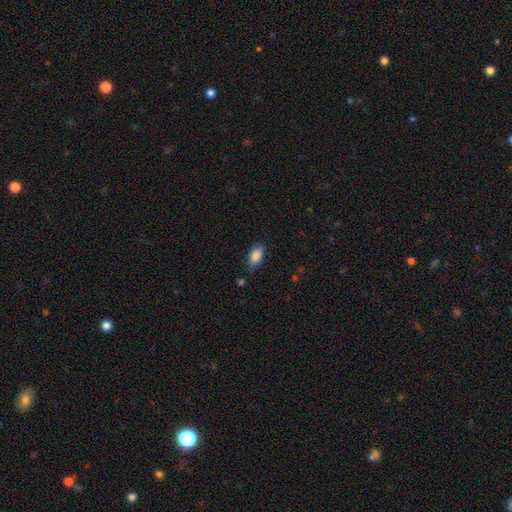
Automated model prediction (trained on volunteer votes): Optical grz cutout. It shows a smooth galaxy with no disk features (87%) that is in between round and cigar-shaped (90%). Merging: none (76%).